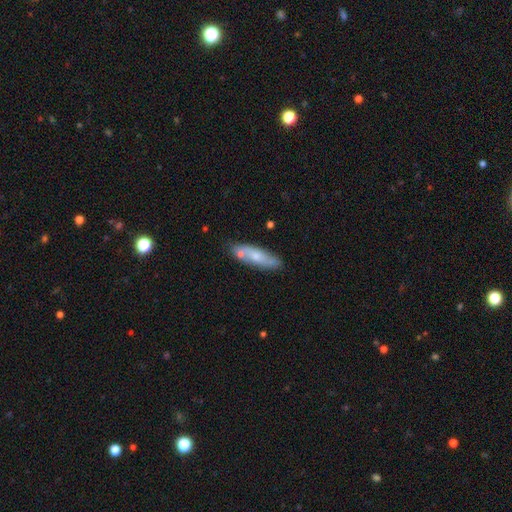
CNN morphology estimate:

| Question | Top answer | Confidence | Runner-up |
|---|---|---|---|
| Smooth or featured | smooth | 59% | featured or disk (35%) |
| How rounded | cigar-shaped | 57% | in between (40%) |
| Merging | none | 70% | minor disturbance (16%) |